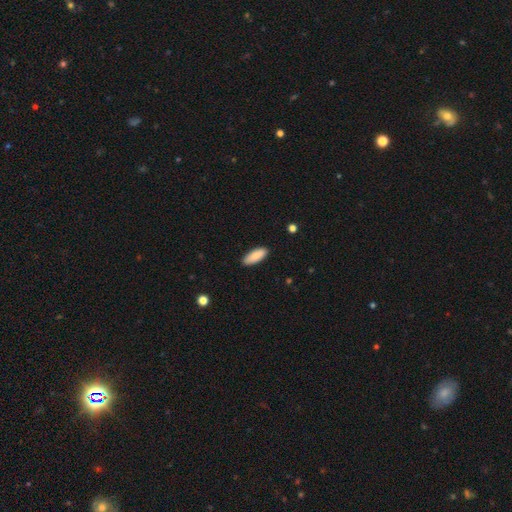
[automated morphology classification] A smooth galaxy with no disk features (87%) that is in between round and cigar-shaped (74%). Merging: none (89%).